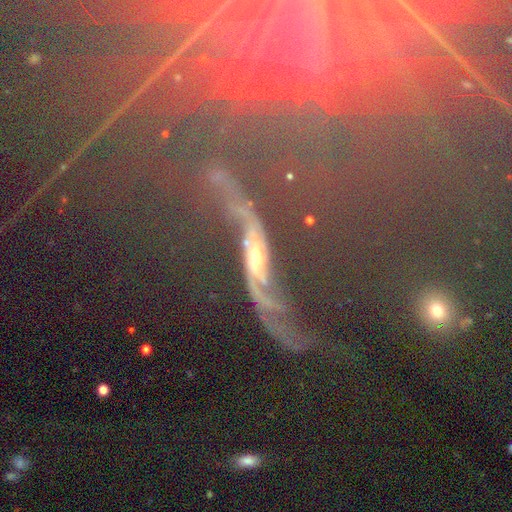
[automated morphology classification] A featured or disk galaxy (58%).

Vote fractions:
- Smooth or featured? featured or disk: 58% / star or artifact: 28% / smooth: 14%
- Edge-on disk? no: 69% / yes: 31%
- Merging? none: 49% / major disturbance: 23% / minor disturbance: 17% / merger: 11%